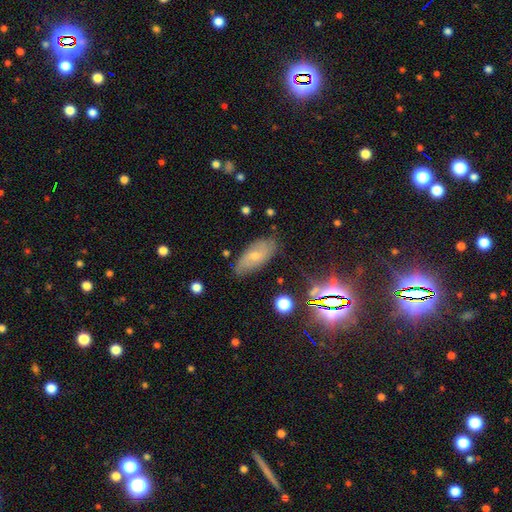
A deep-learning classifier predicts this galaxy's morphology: This is marginally a featured or disk galaxy (42%). Merging: likely none (76%).